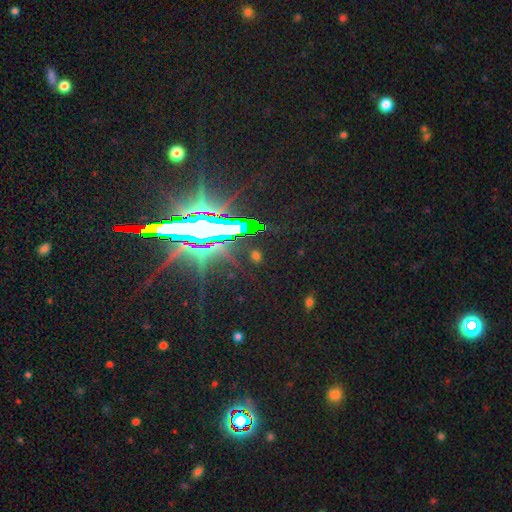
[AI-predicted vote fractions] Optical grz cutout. It shows a star or artifact, not a galaxy (72%).